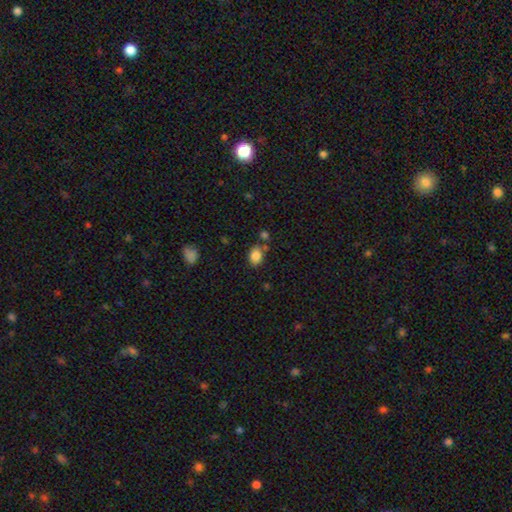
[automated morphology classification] Overall: smooth (85%). How rounded: in between (67%; round 32%). Merging: none (71%).